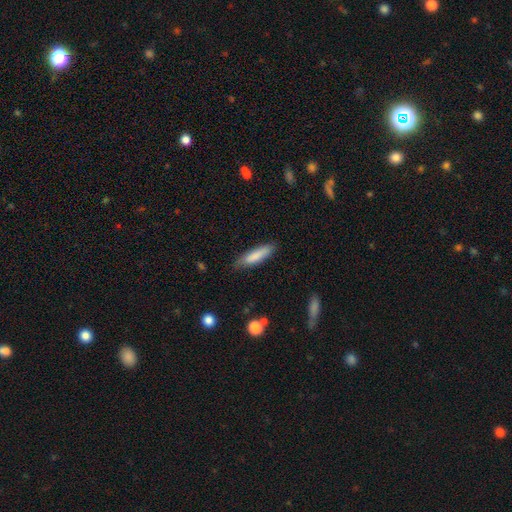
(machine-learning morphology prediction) The model was most divided on "how rounded": cigar-shaped: 68%, in between: 31%, round: 1%. More confident: smooth or featured — smooth (82%); merging — none (80%).